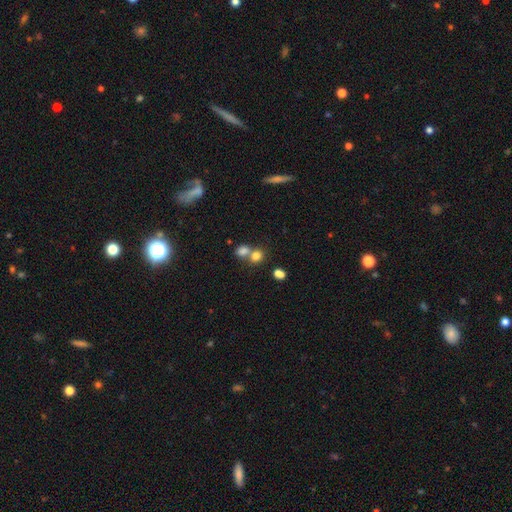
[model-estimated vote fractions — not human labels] smooth_or_featured: smooth (p=0.78) [alt: star or artifact p=0.13]
how_rounded: round (p=0.68) [alt: in between p=0.31]
merging: merger (p=0.48) [alt: none p=0.41]